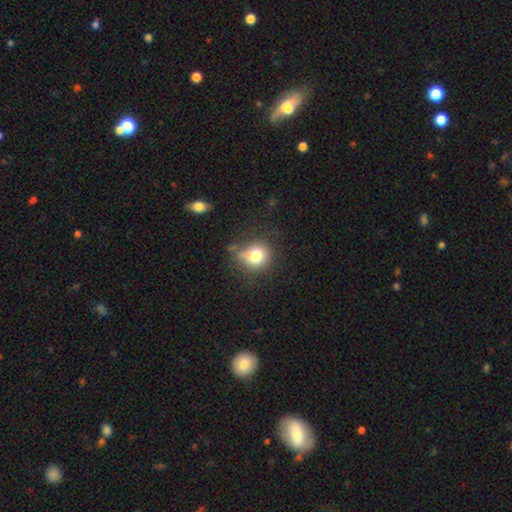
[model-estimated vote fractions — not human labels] smooth 75%, star or artifact 13%, featured or disk 12%. Down the decision tree: how rounded — round (82%); merging — none (60%).